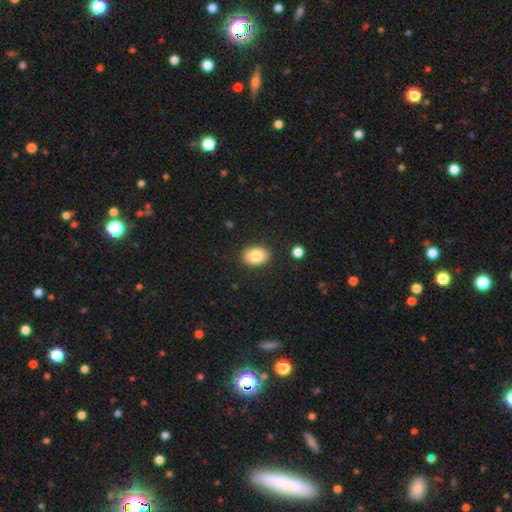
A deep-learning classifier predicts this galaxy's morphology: This is clearly a smooth galaxy (83%). How rounded: likely in between (70%). Merging: clearly none (88%).